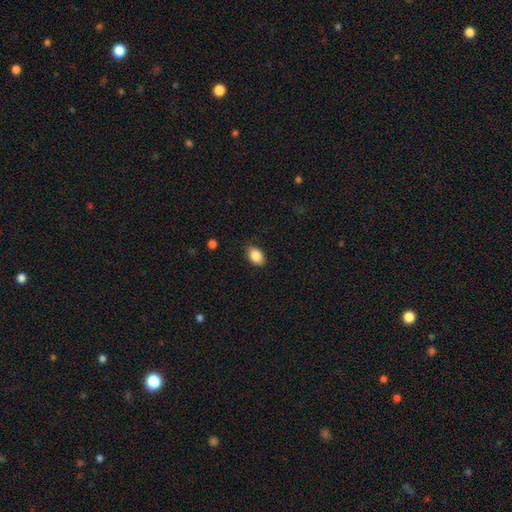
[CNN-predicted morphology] The model was most divided on "how rounded": in between: 81%, round: 18%, cigar-shaped: 1%. More confident: smooth or featured — smooth (87%); merging — none (84%).